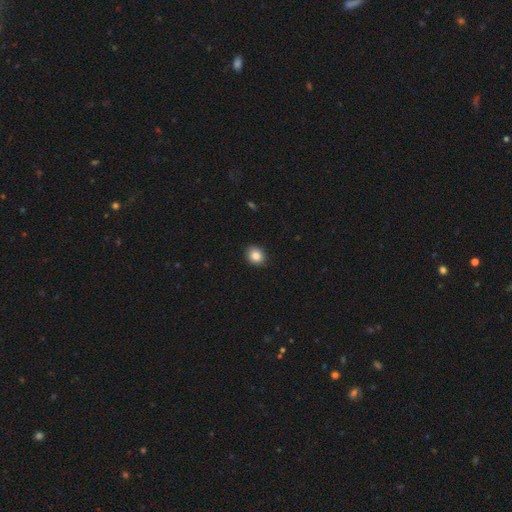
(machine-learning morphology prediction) smooth 85%, star or artifact 9%, featured or disk 5%. Down the decision tree: how rounded — round (64%); merging — none (90%).